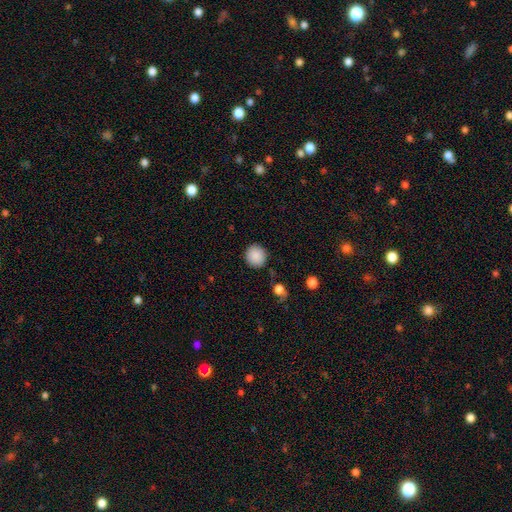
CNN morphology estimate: This is clearly a smooth galaxy (88%). How rounded: clearly round (92%). Merging: clearly none (89%).